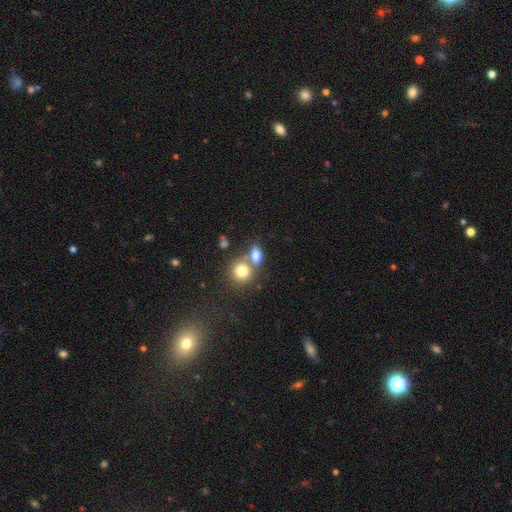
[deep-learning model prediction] Smooth or featured? smooth (77%)
How rounded? in between (64%)
Merging? none (43%)